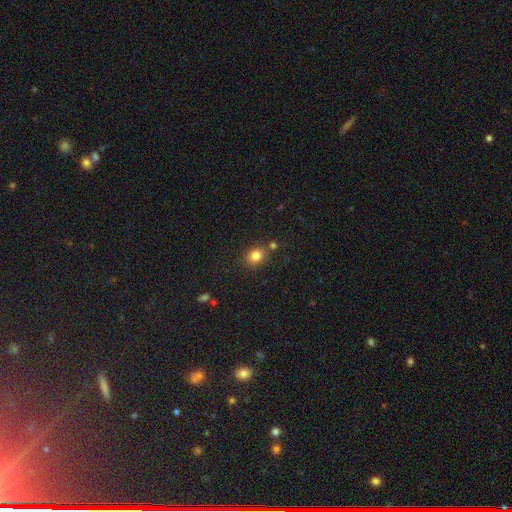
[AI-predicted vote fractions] A smooth galaxy with no disk features (82%) that is round (60%).

Vote fractions:
- Smooth or featured? smooth: 82% / star or artifact: 12% / featured or disk: 6%
- How rounded? round: 60% / in between: 39% / cigar-shaped: 1%
- Merging? none: 77% / minor disturbance: 11% / merger: 10% / major disturbance: 3%